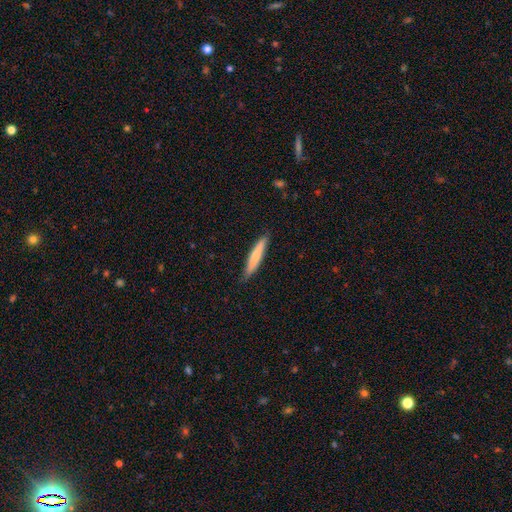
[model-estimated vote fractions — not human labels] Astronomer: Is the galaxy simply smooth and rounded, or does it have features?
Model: smooth — 72%.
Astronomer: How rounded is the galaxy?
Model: cigar-shaped — 92%.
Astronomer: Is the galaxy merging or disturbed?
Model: none — 86%.